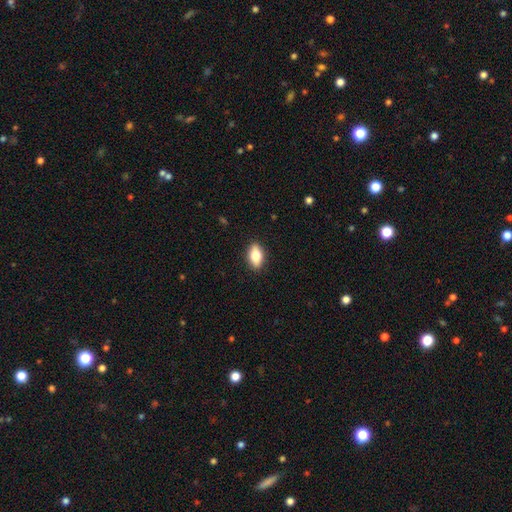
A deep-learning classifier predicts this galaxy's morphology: Smooth or featured?
  - smooth: 71% *
  - featured or disk: 22%
  - star or artifact: 7%
How rounded?
  - in between: 85% *
  - cigar-shaped: 8%
  - round: 7%
Merging?
  - none: 88% *
  - minor disturbance: 9%
  - major disturbance: 2%
  - merger: 1%